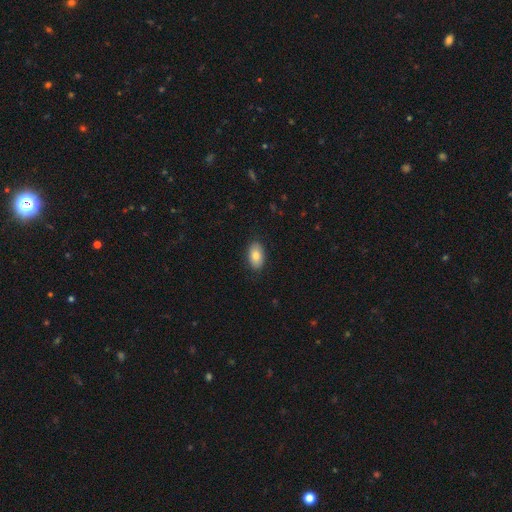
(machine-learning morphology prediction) The model was most divided on "smooth or featured": smooth: 83%, featured or disk: 10%, star or artifact: 7%. More confident: how rounded — in between (93%); merging — none (87%).